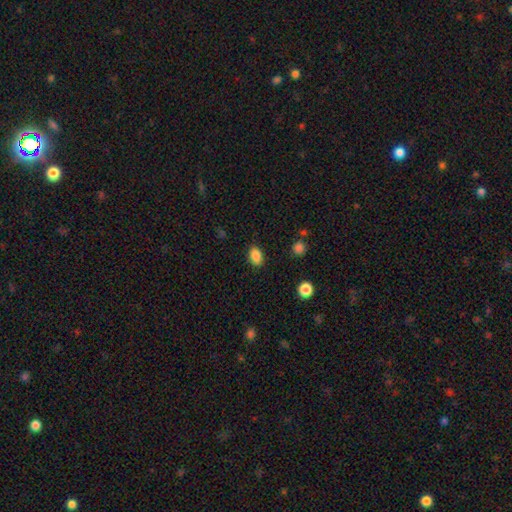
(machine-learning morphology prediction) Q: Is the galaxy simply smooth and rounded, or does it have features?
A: smooth — 86%.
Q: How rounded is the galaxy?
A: in between — 82%.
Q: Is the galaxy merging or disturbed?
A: none — 85%.